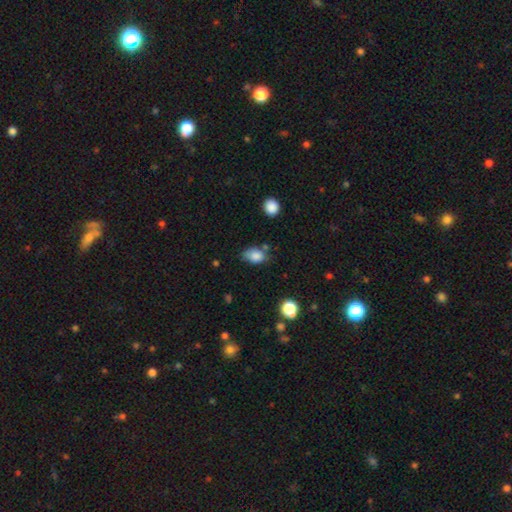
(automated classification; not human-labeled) smooth-or-featured: smooth: 84% | star or artifact: 9% | featured or disk: 7%
  how-rounded: in between: 79% | round: 20% | cigar-shaped: 1%
  merging: none: 57% | minor disturbance: 29% | major disturbance: 7% | merger: 7%